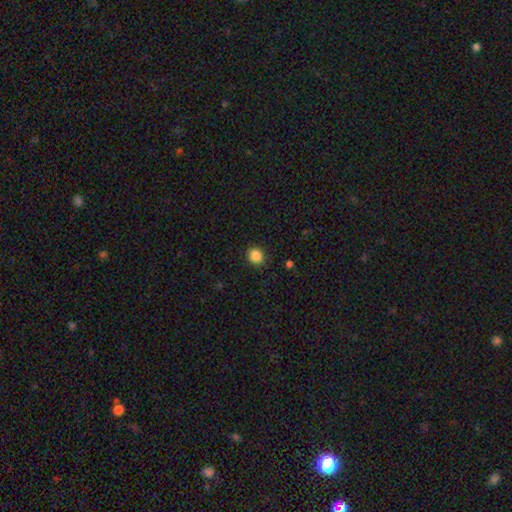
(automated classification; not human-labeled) Smooth or featured? Predicted: smooth (p=0.86). How rounded? Predicted: round (p=0.83). Merging? Predicted: none (p=0.90).